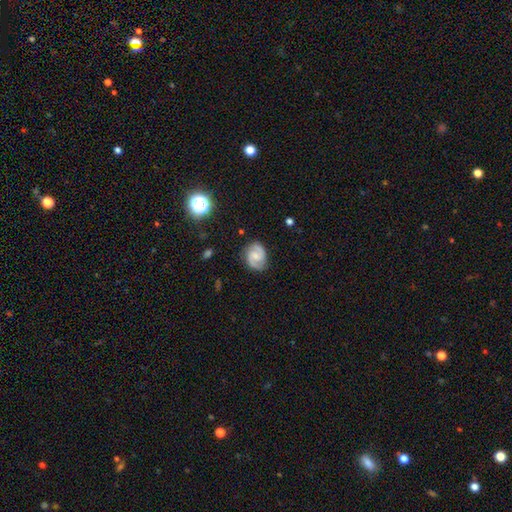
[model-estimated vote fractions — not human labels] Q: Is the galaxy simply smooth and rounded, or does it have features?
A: featured or disk — 77%.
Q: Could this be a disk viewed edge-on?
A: no — 98%.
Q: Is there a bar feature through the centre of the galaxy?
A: weak — 49%.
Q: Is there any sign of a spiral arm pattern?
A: yes — 96%.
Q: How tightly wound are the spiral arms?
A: medium — 53%.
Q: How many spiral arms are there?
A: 2 — 91%.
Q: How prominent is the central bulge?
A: small — 40%.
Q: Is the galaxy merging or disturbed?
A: none — 83%.